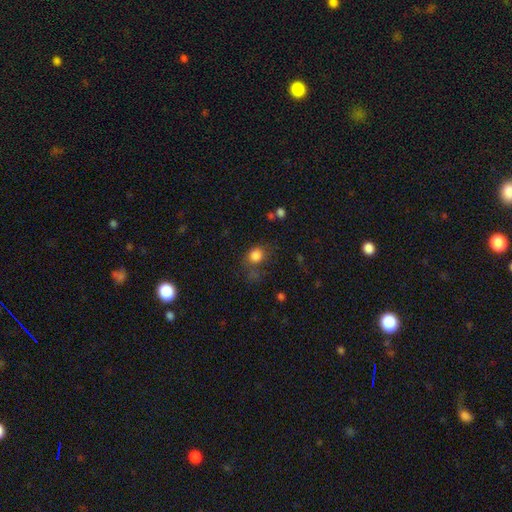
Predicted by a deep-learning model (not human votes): The model was most divided on "how rounded": round: 64%, in between: 35%, cigar-shaped: 1%. More confident: smooth or featured — smooth (83%); merging — none (54%).